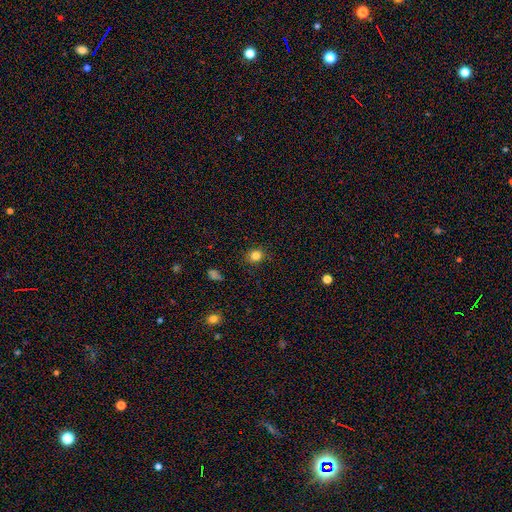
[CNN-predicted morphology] A smooth galaxy with no disk features (82%) that is round (75%). Merging: none (88%).